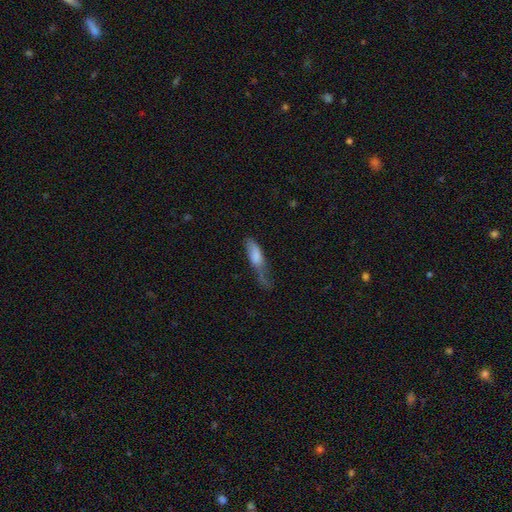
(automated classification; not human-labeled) Smooth or featured? Predicted: smooth (p=0.71). How rounded? Predicted: in between (p=0.56). Merging? Predicted: major disturbance (p=0.41).